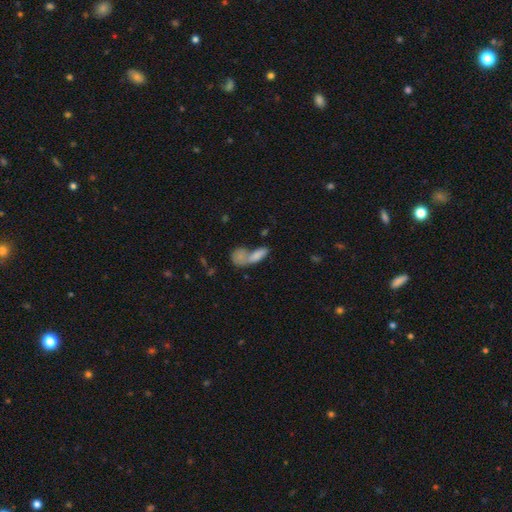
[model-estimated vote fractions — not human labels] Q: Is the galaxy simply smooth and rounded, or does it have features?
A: smooth — 75%.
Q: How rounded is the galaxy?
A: in between — 67%.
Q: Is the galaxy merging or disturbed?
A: merger — 60%.